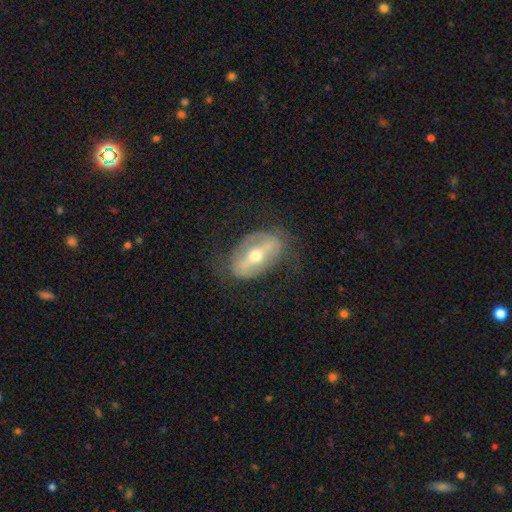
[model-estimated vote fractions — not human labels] Morphology: type=featured or disk (73%); edge-on=no (84%); bar=strong (65%); spiral arms=no (55%); bulge=moderate (63%); merging=none (69%).